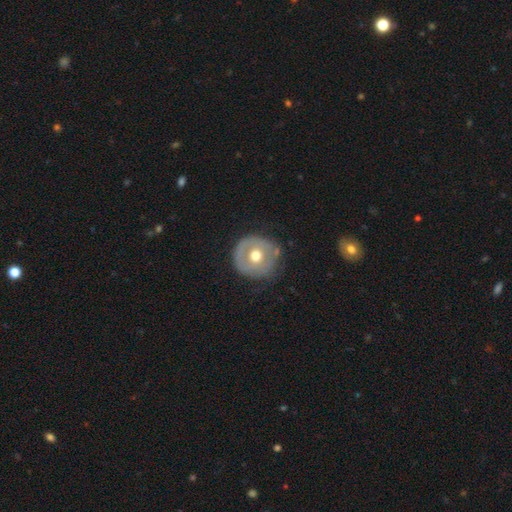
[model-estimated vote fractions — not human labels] The model was most divided on "smooth or featured": smooth: 48%, featured or disk: 45%, star or artifact: 6%. More confident: merging — none (70%).